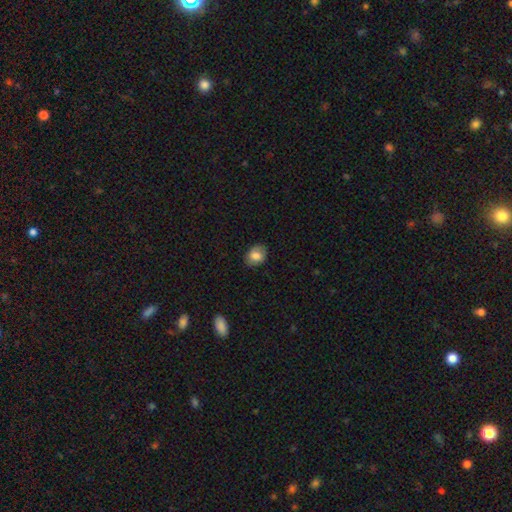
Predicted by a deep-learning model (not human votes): Smooth or featured? smooth (78%)
How rounded? in between (68%)
Merging? none (79%)